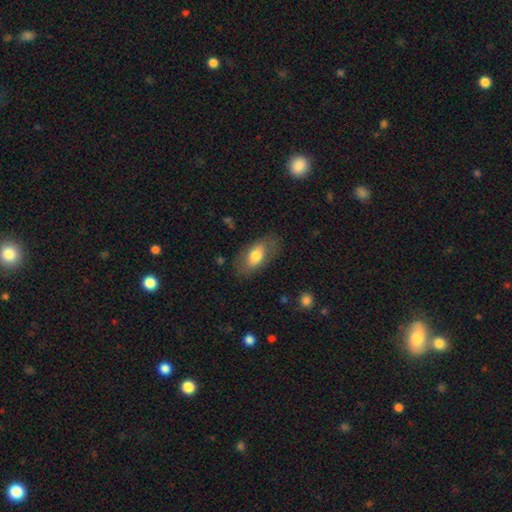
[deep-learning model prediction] This appears to be a smooth galaxy with no disk features (71%) that is in between round and cigar-shaped (90%). Merging: none (76%).